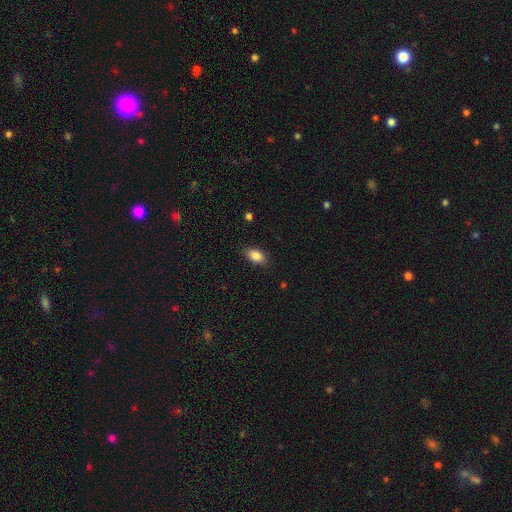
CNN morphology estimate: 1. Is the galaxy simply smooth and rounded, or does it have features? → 86% smooth, 8% star or artifact, 6% featured or disk.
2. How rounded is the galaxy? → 91% in between, 6% round, 4% cigar-shaped.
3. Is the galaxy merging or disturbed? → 85% none, 11% minor disturbance, 3% major disturbance, 1% merger.